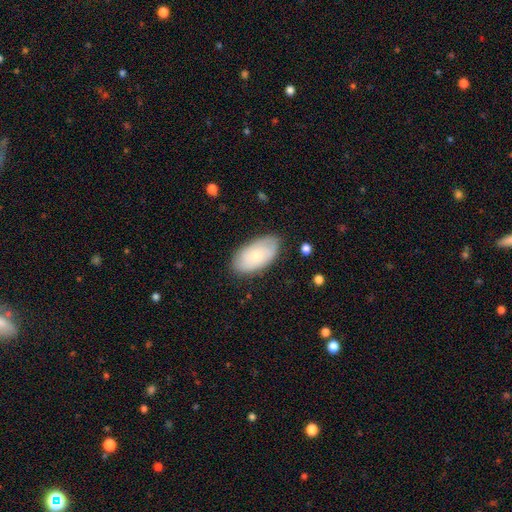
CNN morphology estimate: A smooth galaxy with no disk features (65%) that is in between round and cigar-shaped (95%). Merging: none (80%).